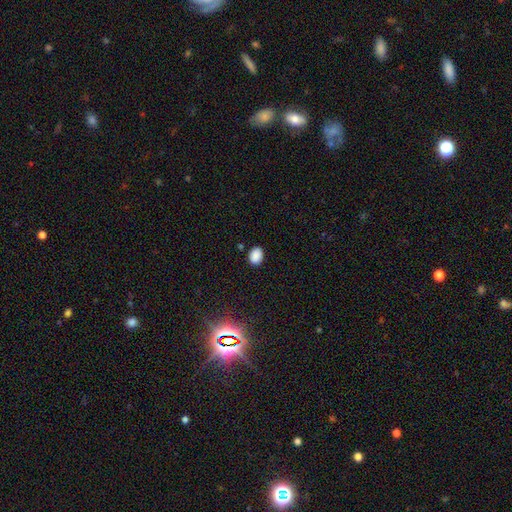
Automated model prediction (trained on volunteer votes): Smooth or featured? Predicted: smooth (p=0.86). How rounded? Predicted: in between (p=0.66). Merging? Predicted: none (p=0.86).